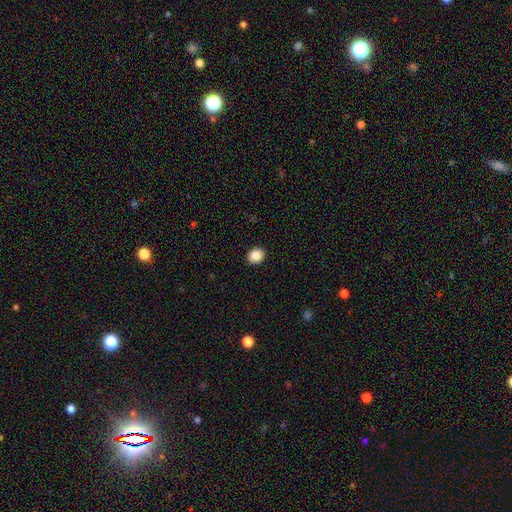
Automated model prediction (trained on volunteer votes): A smooth galaxy with no disk features (87%) that is round (66%). Merging: none (92%).